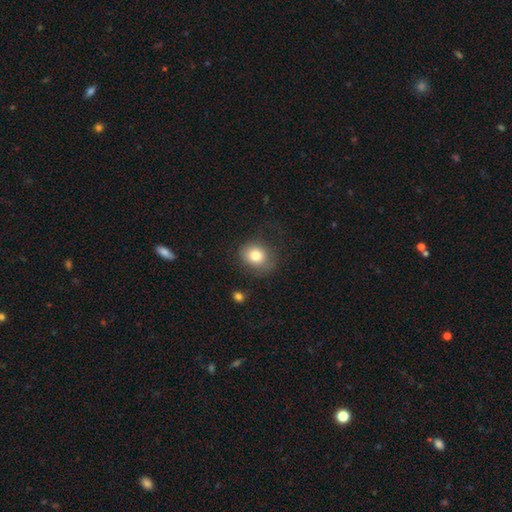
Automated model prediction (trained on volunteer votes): smooth_or_featured: smooth (p=0.80) [alt: featured or disk p=0.11]
how_rounded: round (p=0.71) [alt: in between p=0.28]
merging: none (p=0.70) [alt: minor disturbance p=0.18]